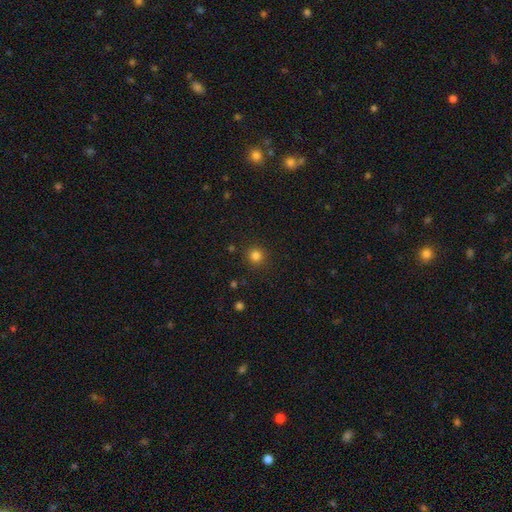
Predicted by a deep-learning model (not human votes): This appears to be a smooth galaxy with no disk features (82%) that is round (94%). Merging: none (90%).